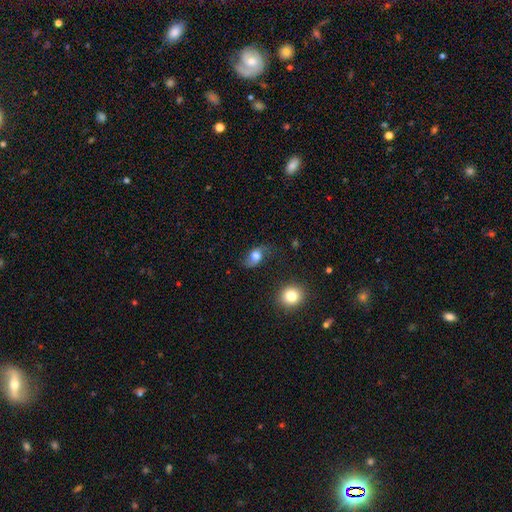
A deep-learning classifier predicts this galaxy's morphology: A smooth galaxy with no disk features (60%) that is in between round and cigar-shaped (73%). Merging: none (56%).